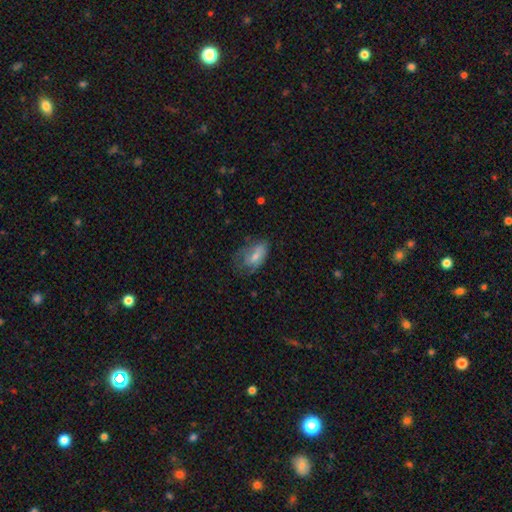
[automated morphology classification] Smooth or featured: smooth — 61% (featured or disk — 30%)
How rounded: in between — 89% (round — 8%)
Merging: none — 37% (minor disturbance — 32%)